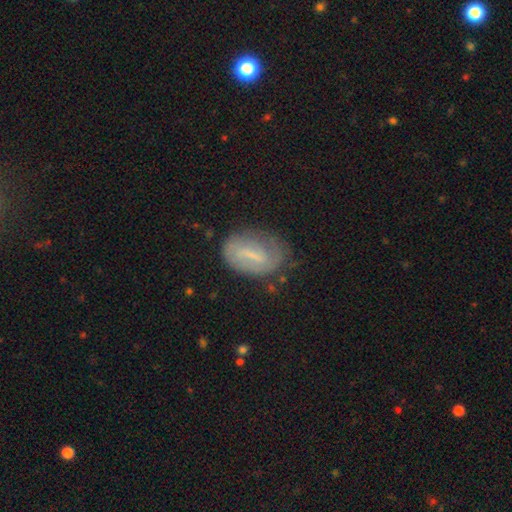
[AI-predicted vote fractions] A featured or disk galaxy (49%). Merging: none (59%).